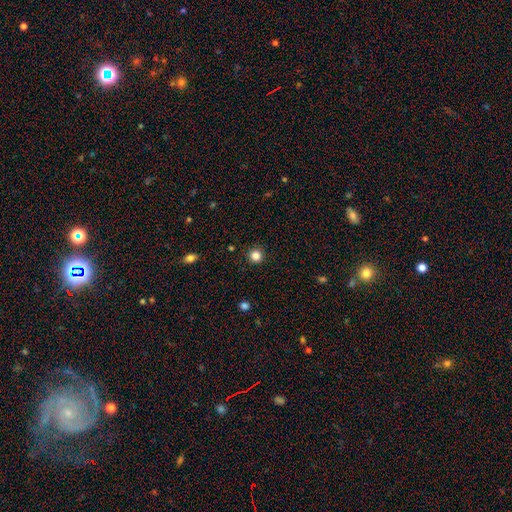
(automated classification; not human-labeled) A smooth galaxy with no disk features (85%) that is round (95%).

Vote fractions:
- Smooth or featured? smooth: 85% / star or artifact: 12% / featured or disk: 3%
- How rounded? round: 95% / in between: 4% / cigar-shaped: 1%
- Merging? none: 92% / minor disturbance: 5% / major disturbance: 2% / merger: 1%